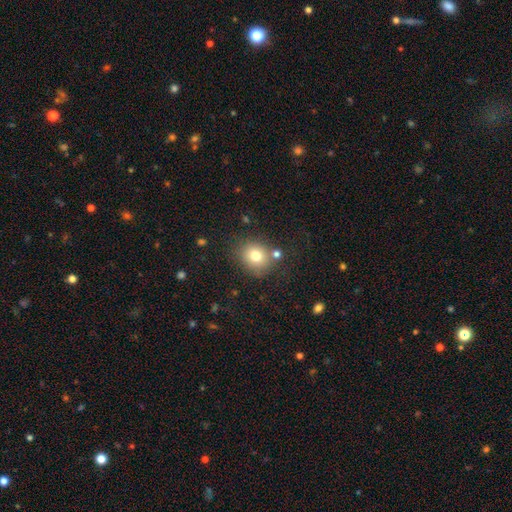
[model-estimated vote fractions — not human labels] Q: Smooth or featured?
A: smooth (78%); runner-up: star or artifact (12%)
Q: How rounded?
A: round (73%); runner-up: in between (26%)
Q: Merging?
A: none (73%); runner-up: minor disturbance (12%)